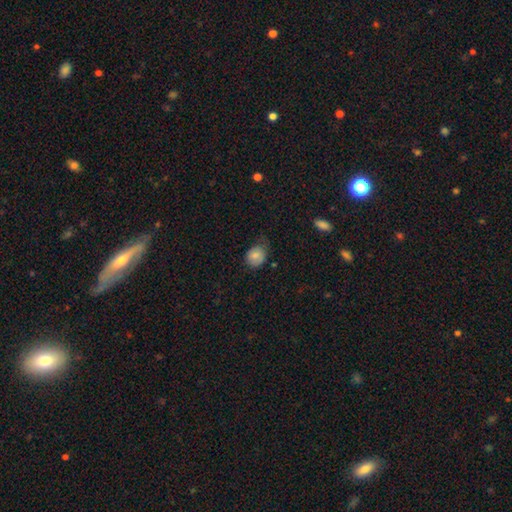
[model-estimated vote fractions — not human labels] smooth_or_featured: smooth (p=0.80) [alt: featured or disk p=0.11]
how_rounded: round (p=0.55) [alt: in between p=0.44]
merging: none (p=0.49) [alt: minor disturbance p=0.37]